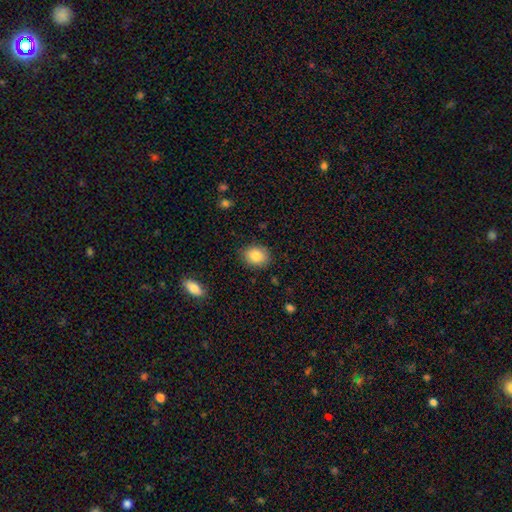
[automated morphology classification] smooth_or_featured: smooth (p=0.85) [alt: star or artifact p=0.08]
how_rounded: in between (p=0.59) [alt: round p=0.40]
merging: none (p=0.85) [alt: minor disturbance p=0.11]